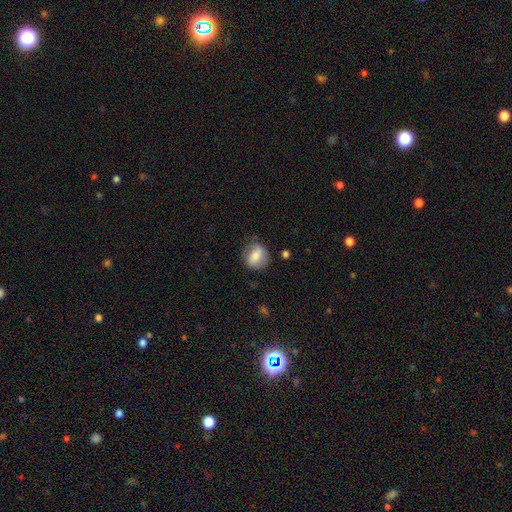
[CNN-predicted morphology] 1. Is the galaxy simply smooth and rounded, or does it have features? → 75% smooth, 17% featured or disk, 8% star or artifact.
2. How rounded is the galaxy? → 50% round, 48% in between, 2% cigar-shaped.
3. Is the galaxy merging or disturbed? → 67% none, 23% minor disturbance, 8% major disturbance, 2% merger.